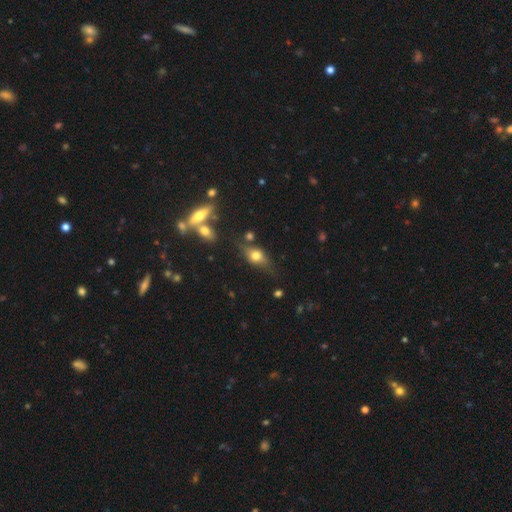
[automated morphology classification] A smooth galaxy with no disk features (59%) that is in between round and cigar-shaped (68%).

Vote fractions:
- Smooth or featured? smooth: 59% / featured or disk: 30% / star or artifact: 11%
- How rounded? in between: 68% / round: 20% / cigar-shaped: 12%
- Merging? none: 65% / minor disturbance: 20% / major disturbance: 8% / merger: 7%